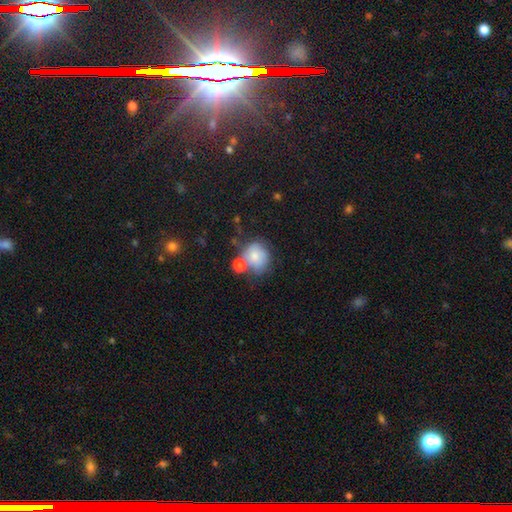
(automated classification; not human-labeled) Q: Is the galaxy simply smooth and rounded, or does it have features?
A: smooth — 70%.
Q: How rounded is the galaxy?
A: round — 76%.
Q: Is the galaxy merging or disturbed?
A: none — 45%.